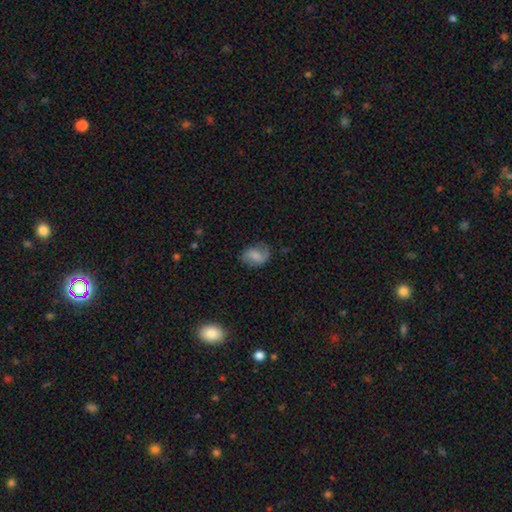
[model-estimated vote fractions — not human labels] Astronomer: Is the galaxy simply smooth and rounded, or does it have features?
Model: smooth — 60%.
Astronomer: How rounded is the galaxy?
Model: in between — 68%.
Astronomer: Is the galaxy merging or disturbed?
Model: none — 63%.